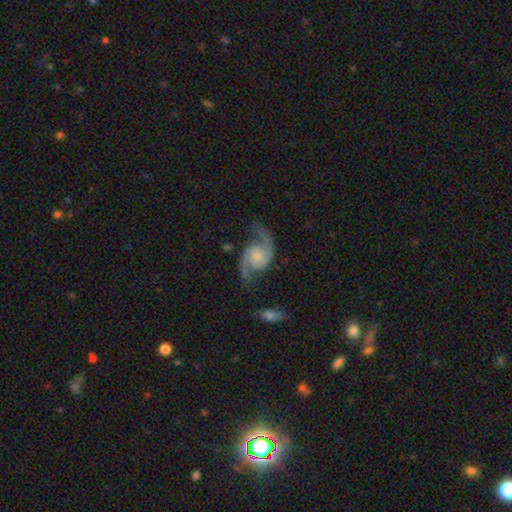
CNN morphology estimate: The model was most divided on "spiral winding": medium: 49%, loose: 39%, tight: 11%. Remaining: spiral arms — yes (98%); edge-on disk — no (98%); spiral arm count — 2 (94%); smooth or featured — featured or disk (92%); merging — none (76%); bar — no (69%); bulge size — small (43%).